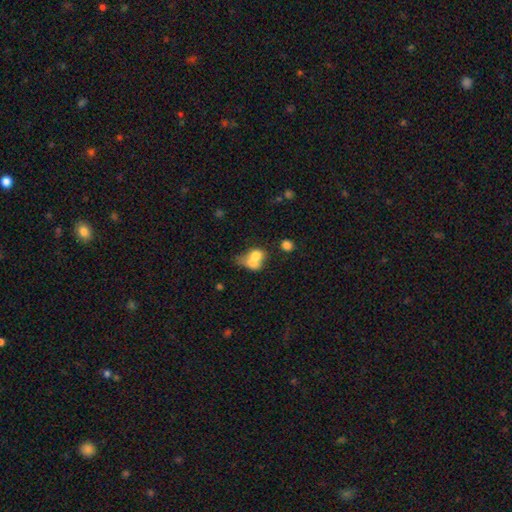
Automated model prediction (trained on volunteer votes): Morphology: type=smooth (67%); roundness=round (49%, tied with in between); merging=merger (71%).